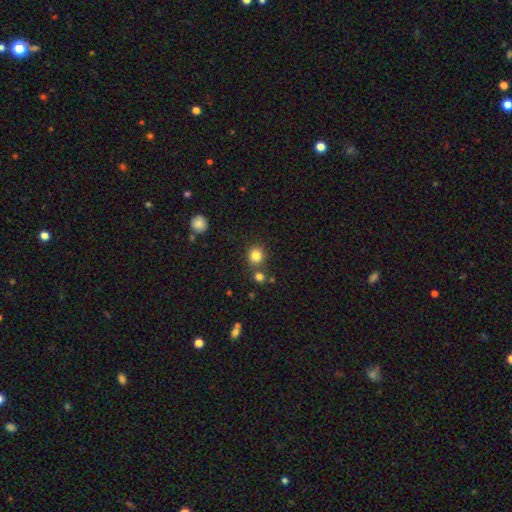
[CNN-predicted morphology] Smooth or featured: smooth — 82% (star or artifact — 12%)
How rounded: round — 89% (in between — 10%)
Merging: none — 78% (merger — 11%)